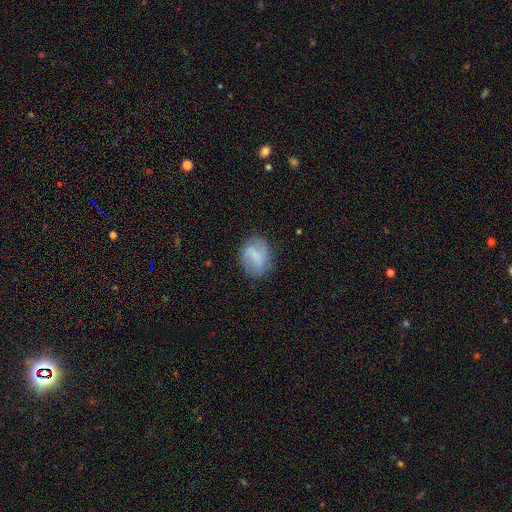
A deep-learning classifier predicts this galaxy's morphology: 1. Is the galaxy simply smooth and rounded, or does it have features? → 54% smooth, 38% featured or disk, 8% star or artifact.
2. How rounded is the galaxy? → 59% in between, 40% round, 2% cigar-shaped.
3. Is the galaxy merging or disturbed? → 69% none, 21% minor disturbance, 8% major disturbance, 2% merger.